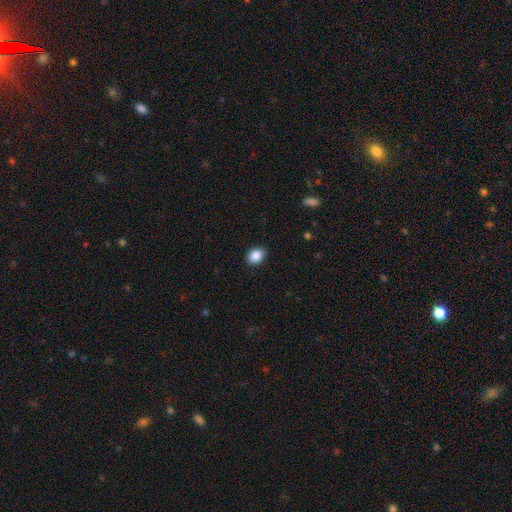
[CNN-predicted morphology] A smooth galaxy with no disk features (88%) that is in between round and cigar-shaped (65%). Merging: none (88%).